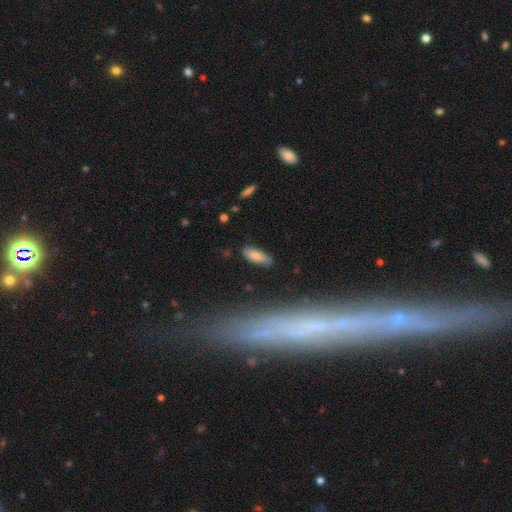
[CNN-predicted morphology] This is likely a smooth galaxy (78%). How rounded: likely in between (72%). Merging: clearly none (82%).